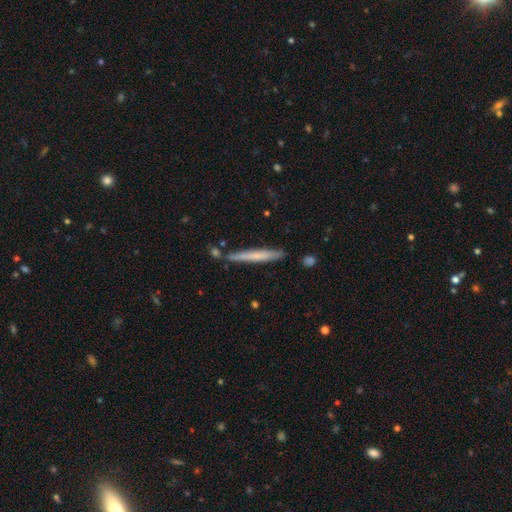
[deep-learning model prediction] Smooth or featured?
  - smooth: 61% *
  - featured or disk: 33%
  - star or artifact: 6%
How rounded?
  - cigar-shaped: 96% *
  - in between: 3%
  - round: 1%
Merging?
  - none: 83% *
  - minor disturbance: 11%
  - merger: 4%
  - major disturbance: 2%